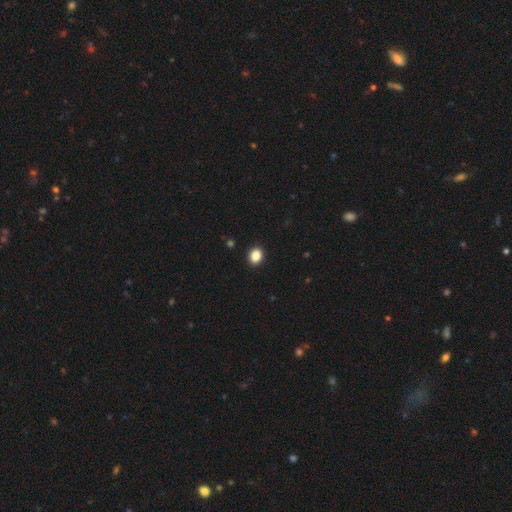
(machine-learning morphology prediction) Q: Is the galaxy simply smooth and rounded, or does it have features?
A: smooth — 87%.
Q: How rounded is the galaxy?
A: round — 60%.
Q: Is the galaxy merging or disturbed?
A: none — 93%.